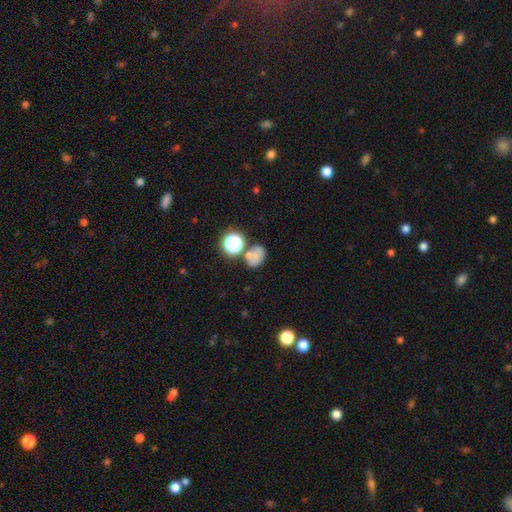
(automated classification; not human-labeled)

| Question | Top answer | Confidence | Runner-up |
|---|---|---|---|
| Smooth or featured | smooth | 66% | star or artifact (21%) |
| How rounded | in between | 62% | round (37%) |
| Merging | none | 49% | merger (28%) |